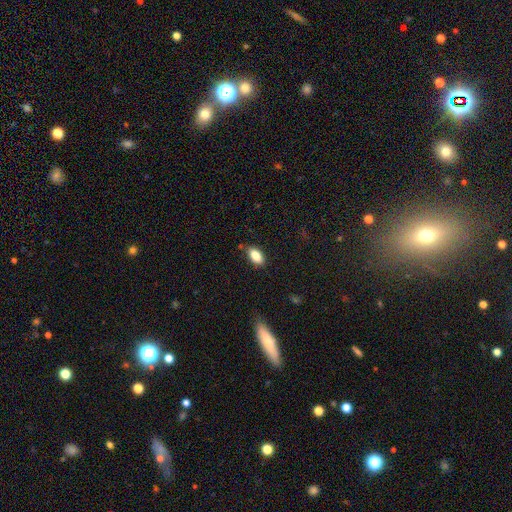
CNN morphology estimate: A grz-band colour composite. It shows a smooth galaxy with no disk features (84%) that is in between round and cigar-shaped (91%). Merging: none (84%).